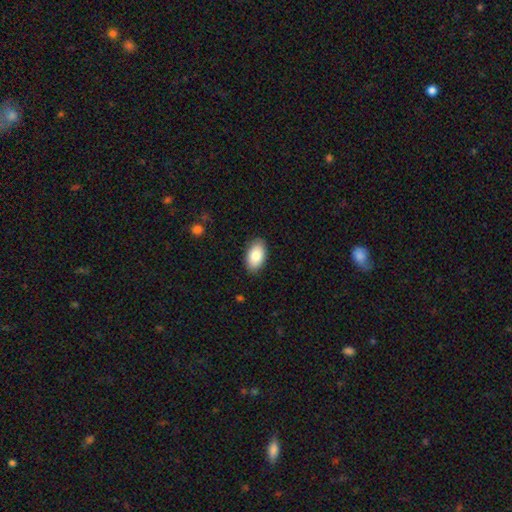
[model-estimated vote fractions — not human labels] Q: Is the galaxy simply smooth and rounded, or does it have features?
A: smooth — 86%.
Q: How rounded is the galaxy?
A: in between — 94%.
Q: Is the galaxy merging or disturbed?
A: none — 87%.